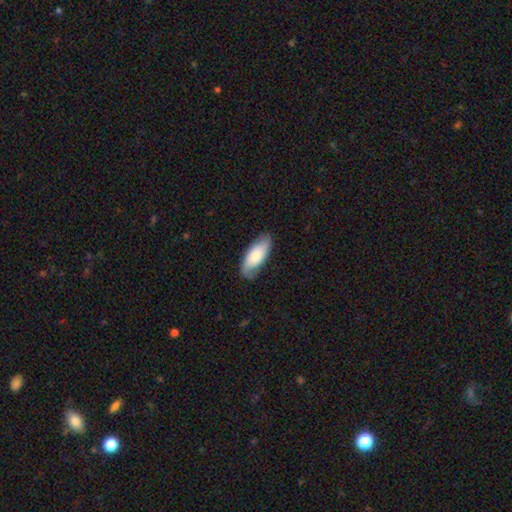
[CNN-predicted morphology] Overall: smooth (70%). How rounded: in between (80%). Merging: none (75%).